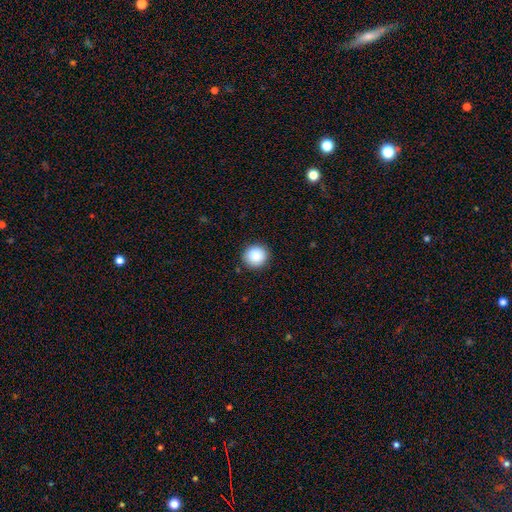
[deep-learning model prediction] The model was most divided on "smooth or featured": smooth: 89%, star or artifact: 8%, featured or disk: 3%. More confident: how rounded — round (93%); merging — none (91%).